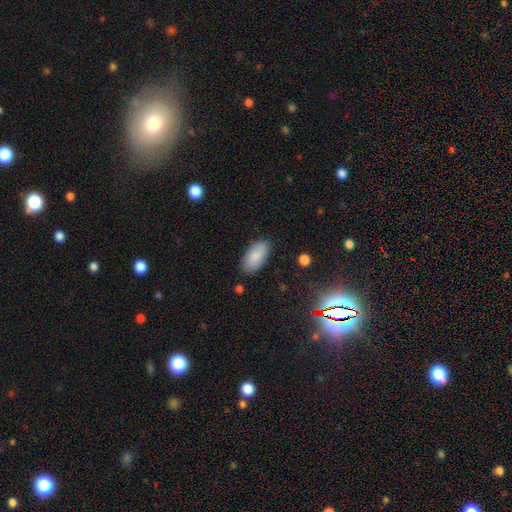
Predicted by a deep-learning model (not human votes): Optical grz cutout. It shows a smooth galaxy with no disk features (85%) that is in between round and cigar-shaped (92%). Merging: none (83%).